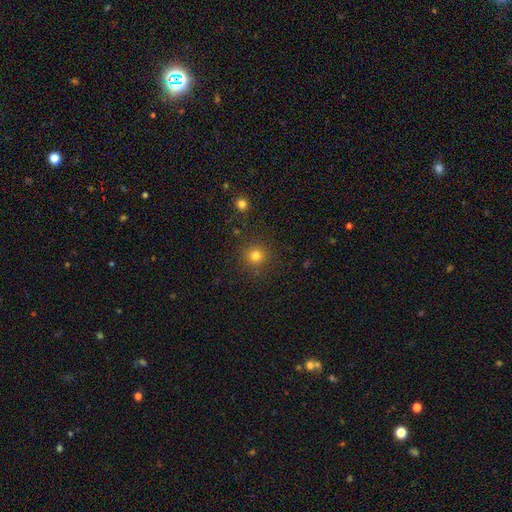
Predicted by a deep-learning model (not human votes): A smooth galaxy with no disk features (79%) that is round (94%). Merging: none (88%).